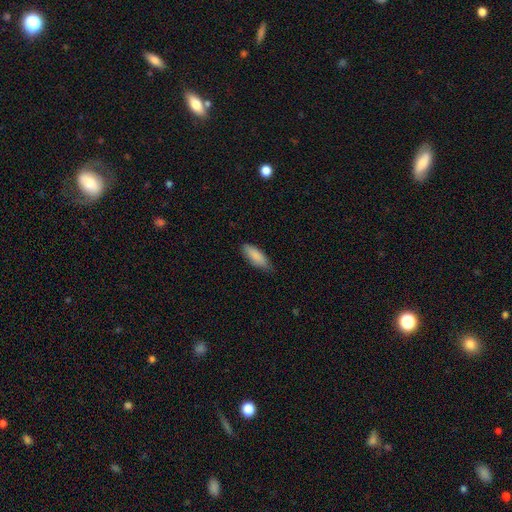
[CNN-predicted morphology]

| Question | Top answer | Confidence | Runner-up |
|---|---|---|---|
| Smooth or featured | smooth | 87% | featured or disk (7%) |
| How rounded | in between | 65% | cigar-shaped (33%) |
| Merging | none | 73% | minor disturbance (23%) |